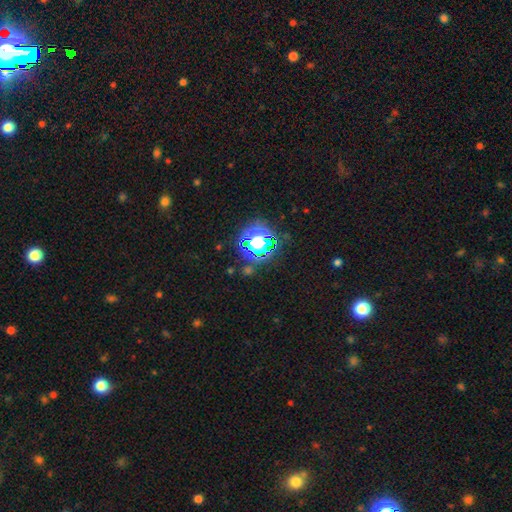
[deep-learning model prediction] A star or artifact, not a galaxy (79%).